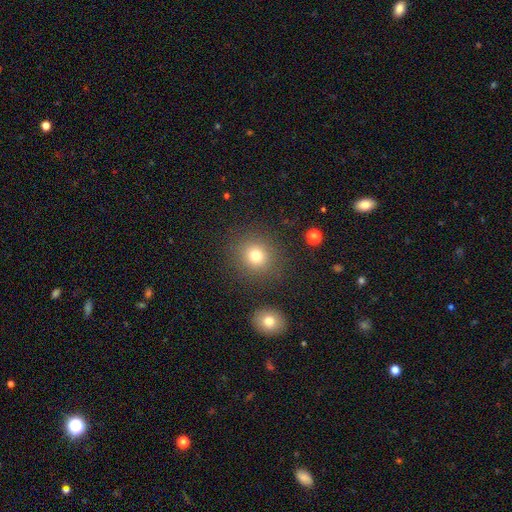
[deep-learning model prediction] The model was most divided on "smooth or featured": smooth: 77%, star or artifact: 14%, featured or disk: 8%. More confident: how rounded — round (85%); merging — none (84%).